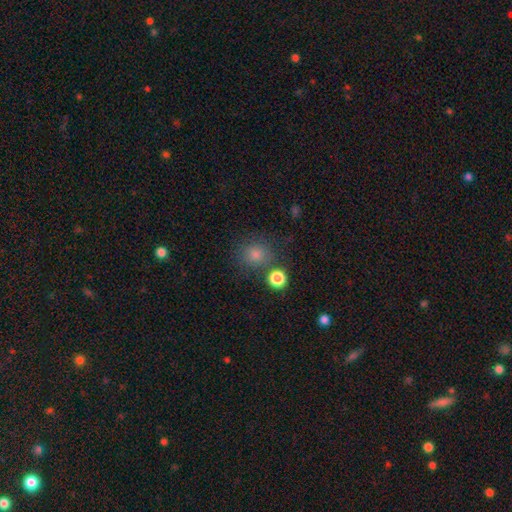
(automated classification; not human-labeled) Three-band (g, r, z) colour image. It shows a smooth galaxy with no disk features (73%) that is round (86%). Merging: none (77%).